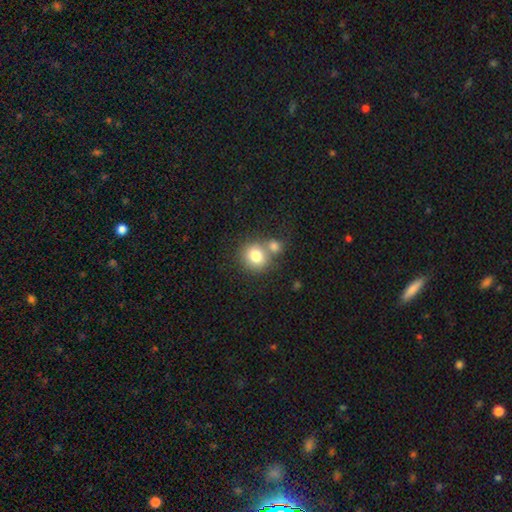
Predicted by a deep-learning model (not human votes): The model was most divided on "merging": none: 49%, merger: 39%, minor disturbance: 9%, major disturbance: 4%. More confident: how rounded — round (83%); smooth or featured — smooth (79%).